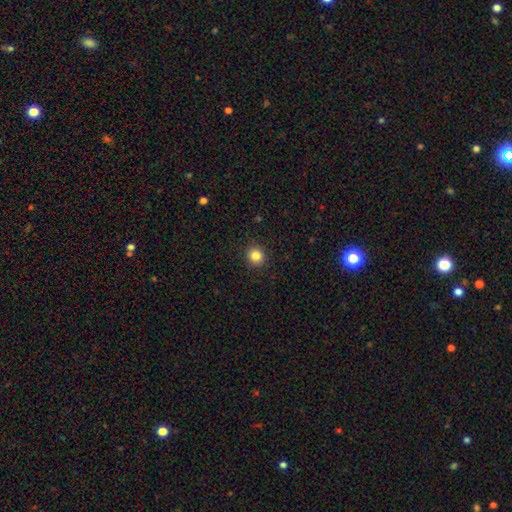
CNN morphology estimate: A smooth galaxy with no disk features (84%) that is round (87%).

Vote fractions:
- Smooth or featured? smooth: 84% / star or artifact: 11% / featured or disk: 5%
- How rounded? round: 87% / in between: 12% / cigar-shaped: 1%
- Merging? none: 91% / minor disturbance: 6% / major disturbance: 2% / merger: 1%